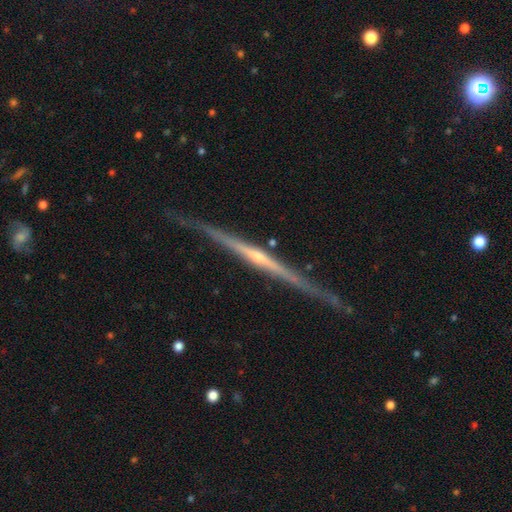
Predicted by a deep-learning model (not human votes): Smooth or featured? Predicted: featured or disk (p=0.85). Edge-on disk? Predicted: yes (p=0.98). Edge-on bulge? Predicted: rounded (p=0.58). Merging? Predicted: none (p=0.81).